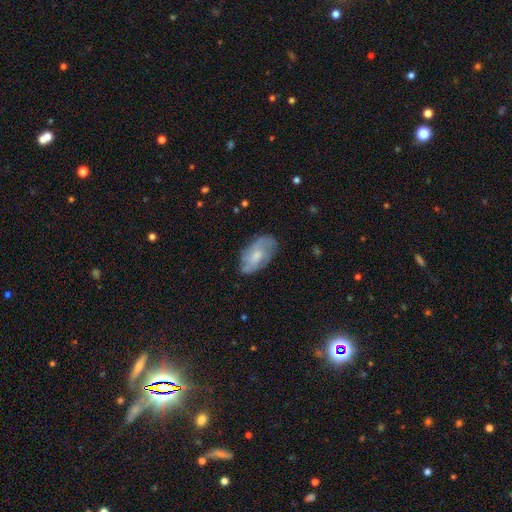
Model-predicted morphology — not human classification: Overall: featured or disk (53%; smooth 41%). Edge-on disk: no (94%). Merging: none (70%).